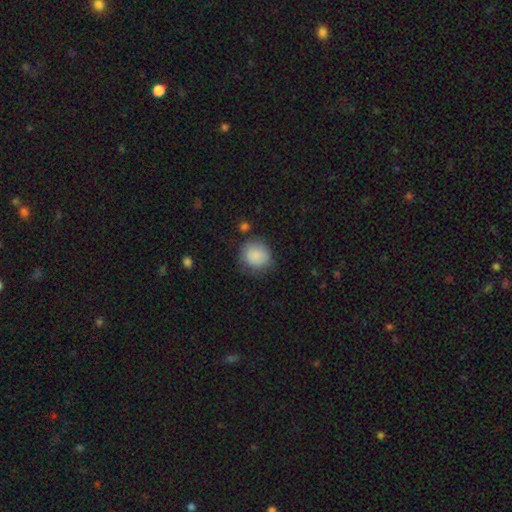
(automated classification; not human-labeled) Q: Smooth or featured?
A: smooth (86%); runner-up: star or artifact (7%)
Q: How rounded?
A: round (84%); runner-up: in between (15%)
Q: Merging?
A: none (75%); runner-up: minor disturbance (17%)